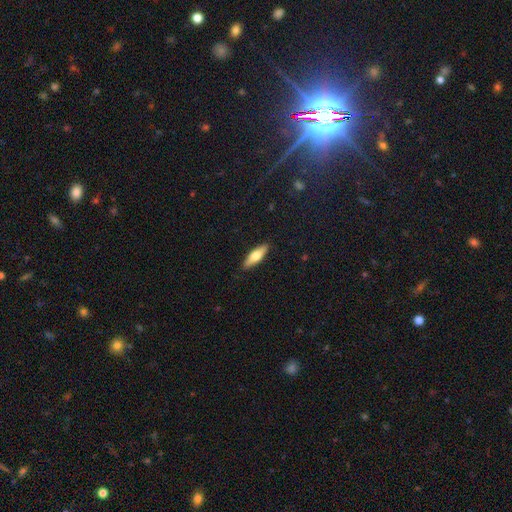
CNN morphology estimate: Smooth or featured? smooth (61%)
How rounded? cigar-shaped (55%)
Merging? none (88%)